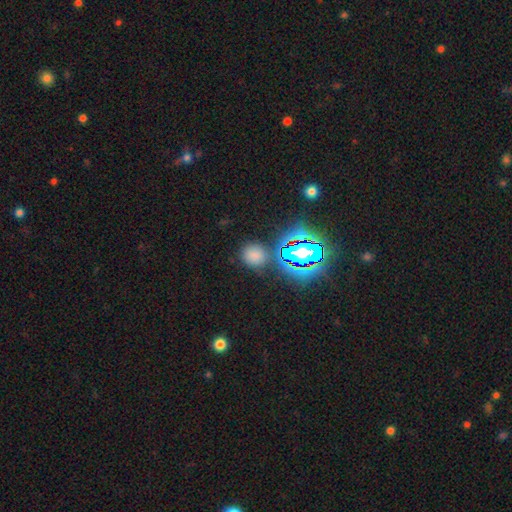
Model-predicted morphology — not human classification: This is likely a smooth galaxy (66%). How rounded: likely round (79%). Merging: clearly none (81%).